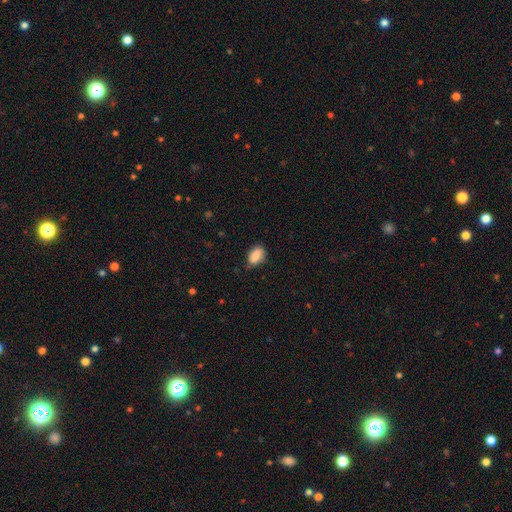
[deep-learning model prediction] This is clearly a smooth galaxy (86%). How rounded: clearly in between (87%). Merging: likely none (67%).